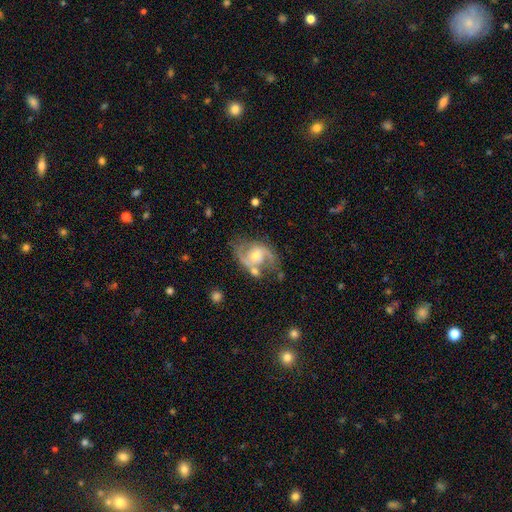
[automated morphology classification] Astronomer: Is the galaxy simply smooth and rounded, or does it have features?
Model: featured or disk — 87%.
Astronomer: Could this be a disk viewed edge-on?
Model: no — 98%.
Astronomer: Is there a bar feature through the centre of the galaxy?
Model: no — 56% (runner-up: weak, 35%).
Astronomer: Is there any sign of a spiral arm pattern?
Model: yes — 96%.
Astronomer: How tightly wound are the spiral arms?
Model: medium — 54% (runner-up: loose, 30%).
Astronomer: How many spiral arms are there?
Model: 2 — 91%.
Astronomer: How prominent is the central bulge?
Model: moderate — 53% (runner-up: small, 41%).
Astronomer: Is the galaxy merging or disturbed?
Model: none — 63%.